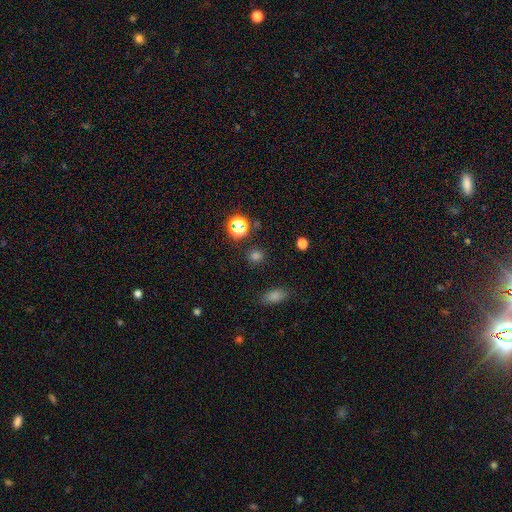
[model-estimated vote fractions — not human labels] smooth_or_featured: smooth (p=0.70) [alt: star or artifact p=0.25]
how_rounded: round (p=0.81) [alt: in between p=0.18]
merging: none (p=0.85) [alt: minor disturbance p=0.08]